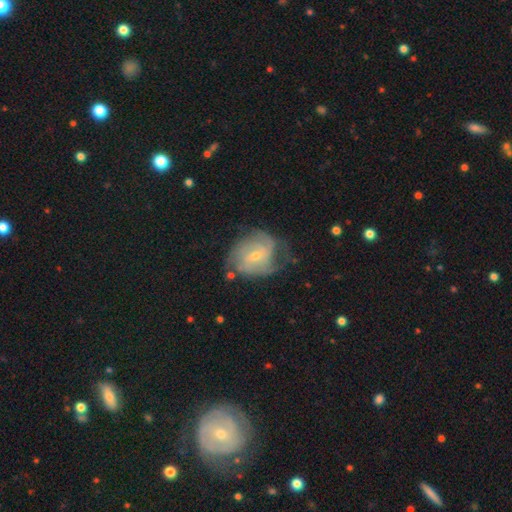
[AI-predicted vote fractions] Smooth or featured? featured or disk (78%)
Edge-on disk? no (97%)
Bar? weak (46%)
Spiral arms? yes (91%)
Spiral winding? tight (48%)
Spiral arm count? can't tell (31%)
Bulge size? small (59%)
Merging? none (56%)